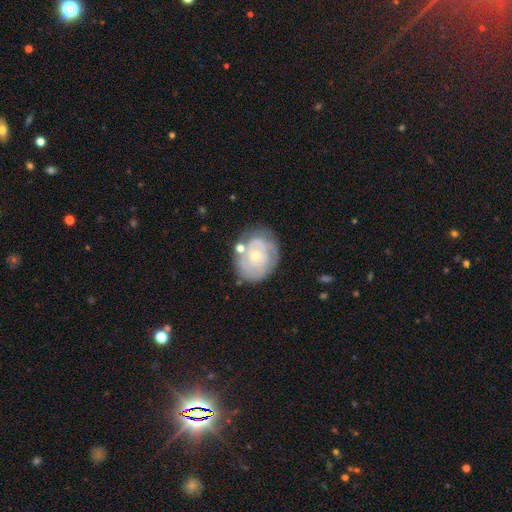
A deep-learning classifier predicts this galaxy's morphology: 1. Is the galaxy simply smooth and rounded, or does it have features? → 67% featured or disk, 27% smooth, 6% star or artifact.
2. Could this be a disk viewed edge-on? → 97% no, 3% yes.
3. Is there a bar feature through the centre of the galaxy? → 84% no, 14% weak, 3% strong.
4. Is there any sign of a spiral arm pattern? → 66% yes, 34% no.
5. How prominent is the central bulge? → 68% small, 28% moderate, 2% large, 1% none, 1% dominant.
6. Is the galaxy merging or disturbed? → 63% none, 22% minor disturbance, 9% major disturbance, 6% merger.